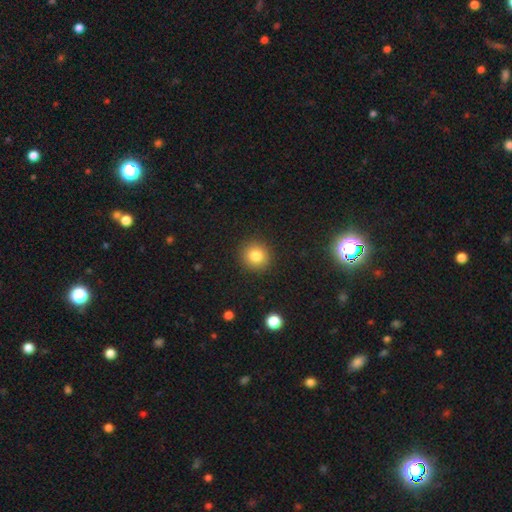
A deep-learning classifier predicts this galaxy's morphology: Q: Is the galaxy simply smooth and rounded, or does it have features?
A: smooth — 82%.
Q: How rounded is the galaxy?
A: round — 92%.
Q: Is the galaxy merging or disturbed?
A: none — 91%.